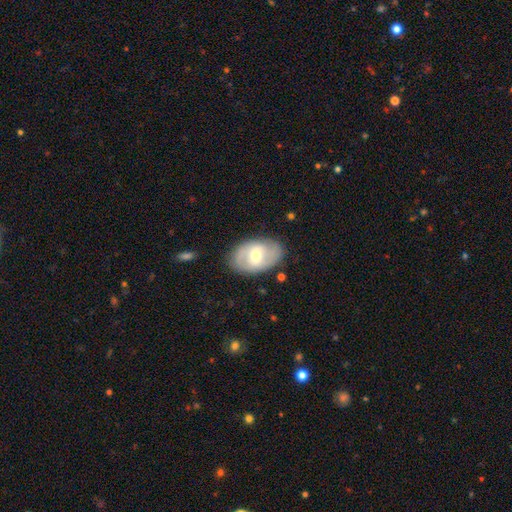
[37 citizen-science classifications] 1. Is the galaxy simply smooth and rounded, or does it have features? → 68% featured or disk, 27% smooth, 5% star or artifact.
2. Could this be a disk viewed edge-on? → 92% no, 8% yes.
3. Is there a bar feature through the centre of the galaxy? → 43% weak, 30% no, 26% strong.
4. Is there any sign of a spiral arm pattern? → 83% yes, 17% no.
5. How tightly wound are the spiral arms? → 58% tight, 21% medium, 21% loose.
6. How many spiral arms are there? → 63% 2, 32% can't tell, 5% 3, 0% 1, 0% 4, 0% more than 4.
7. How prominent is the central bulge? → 39% moderate, 35% small, 26% large, 0% dominant, 0% none.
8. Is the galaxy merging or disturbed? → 89% none, 6% merger, 3% minor disturbance, 3% major disturbance.